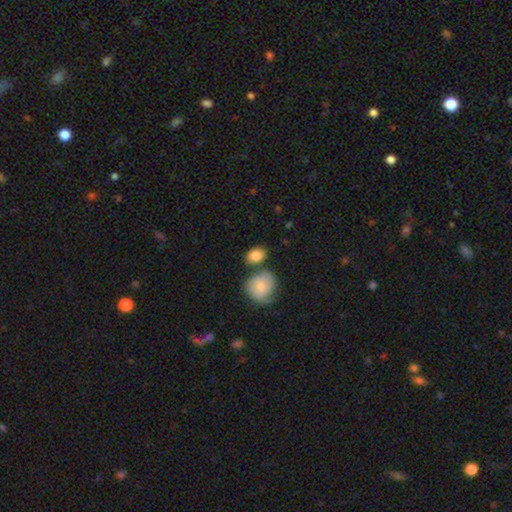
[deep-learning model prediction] Smooth or featured? smooth (86%)
How rounded? in between (67%)
Merging? none (59%)